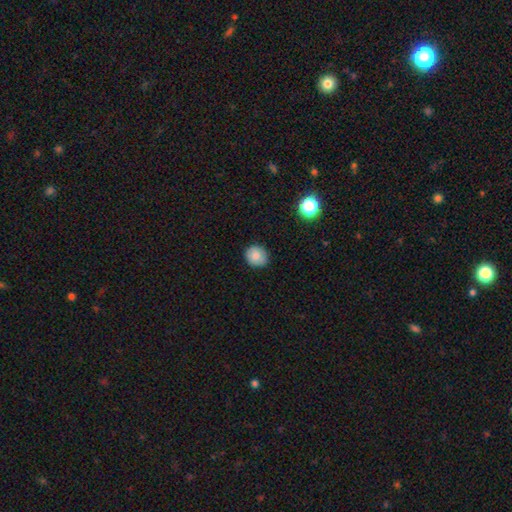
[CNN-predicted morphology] smooth 84%, star or artifact 9%, featured or disk 7%. Down the decision tree: how rounded — round (80%); merging — none (86%).